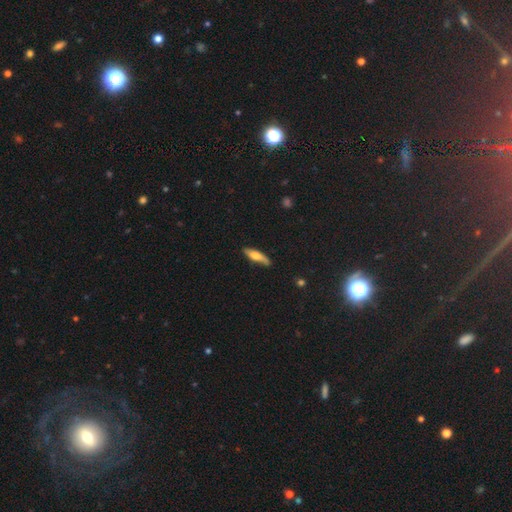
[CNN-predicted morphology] A smooth galaxy with no disk features (57%) that is cigar-shaped (69%).

Vote fractions:
- Smooth or featured? smooth: 57% / featured or disk: 37% / star or artifact: 6%
- How rounded? cigar-shaped: 69% / in between: 29% / round: 2%
- Merging? none: 74% / minor disturbance: 20% / major disturbance: 4% / merger: 2%